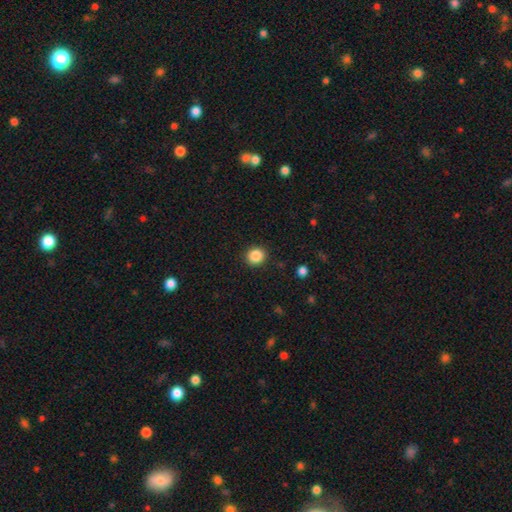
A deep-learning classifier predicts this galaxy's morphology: smooth 87%, star or artifact 10%, featured or disk 4%. Down the decision tree: how rounded — round (86%); merging — none (90%).